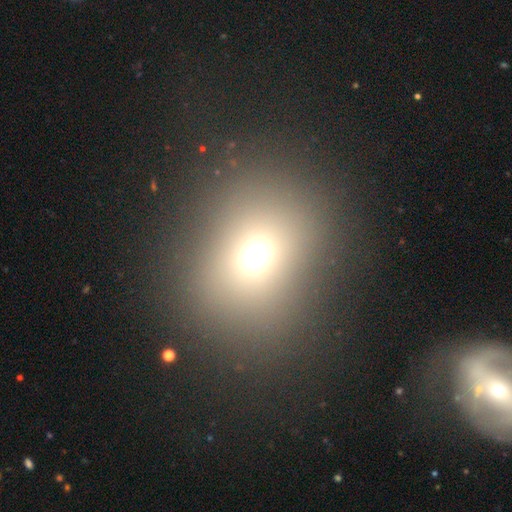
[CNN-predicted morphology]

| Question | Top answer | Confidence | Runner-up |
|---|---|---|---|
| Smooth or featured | smooth | 67% | star or artifact (23%) |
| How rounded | round | 54% | in between (45%) |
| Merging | none | 83% | minor disturbance (9%) |